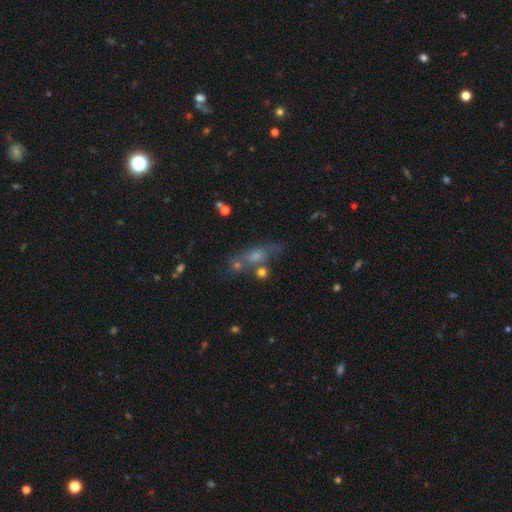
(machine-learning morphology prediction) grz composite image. It shows a smooth galaxy with no disk features (44%). Merging: none (55%).